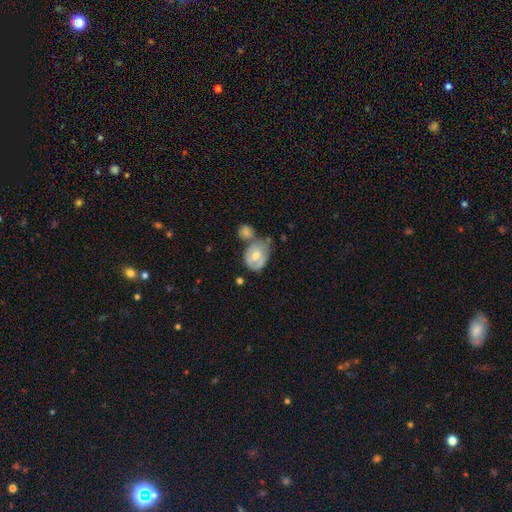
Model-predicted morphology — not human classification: smooth-or-featured: featured or disk: 47% | smooth: 45% | star or artifact: 7%
  merging: none: 35% | merger: 32% | minor disturbance: 23% | major disturbance: 11%